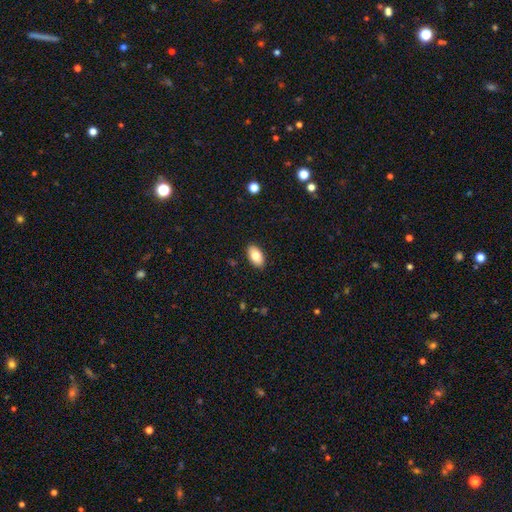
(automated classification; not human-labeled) The model was most divided on "smooth or featured": smooth: 82%, featured or disk: 11%, star or artifact: 7%. More confident: how rounded — in between (94%); merging — none (90%).